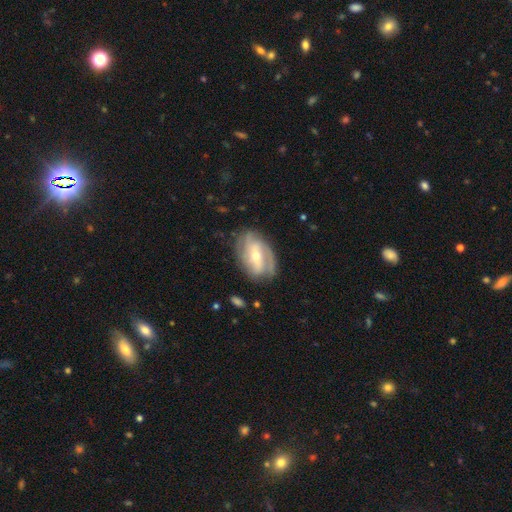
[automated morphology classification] type=featured or disk (79%); edge-on=no (94%); bar=weak (40%); spiral arms=yes (89%); winding=tight (39%, tied with medium); arm count=2 (49%); bulge=moderate (50%); merging=none (72%).